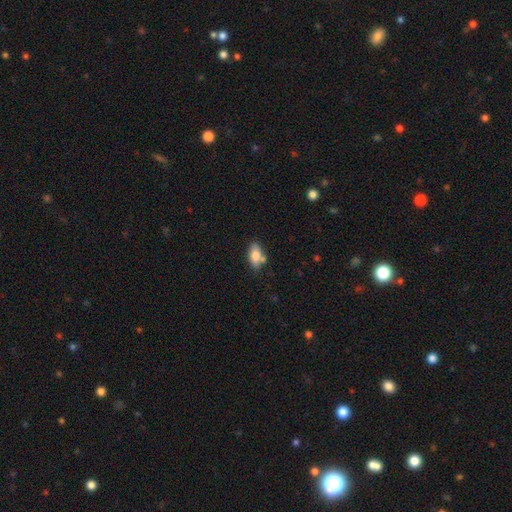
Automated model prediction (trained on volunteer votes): Overall: smooth (78%). How rounded: in between (88%). Merging: none (63%).